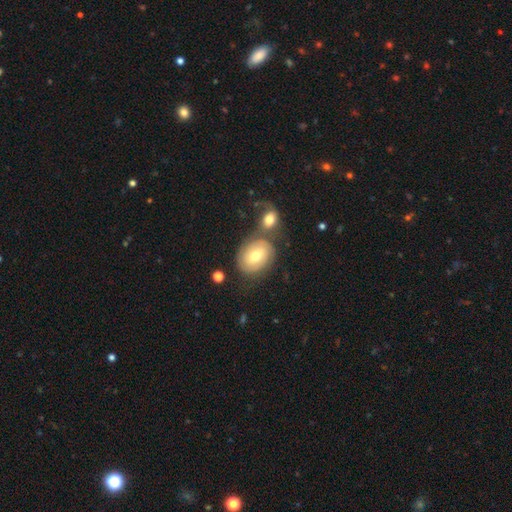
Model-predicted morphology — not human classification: Q: Smooth or featured?
A: featured or disk (50%); runner-up: smooth (42%)
Q: Merging?
A: none (56%); runner-up: merger (25%)